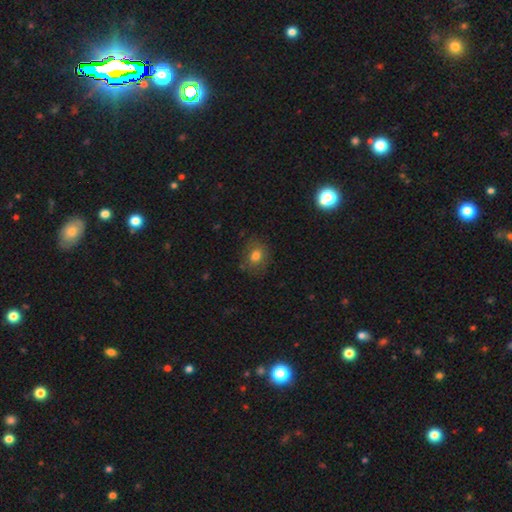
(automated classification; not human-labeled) smooth-or-featured: smooth: 74% | featured or disk: 15% | star or artifact: 11%
  how-rounded: round: 63% | in between: 36% | cigar-shaped: 1%
  merging: none: 77% | minor disturbance: 15% | major disturbance: 6% | merger: 1%